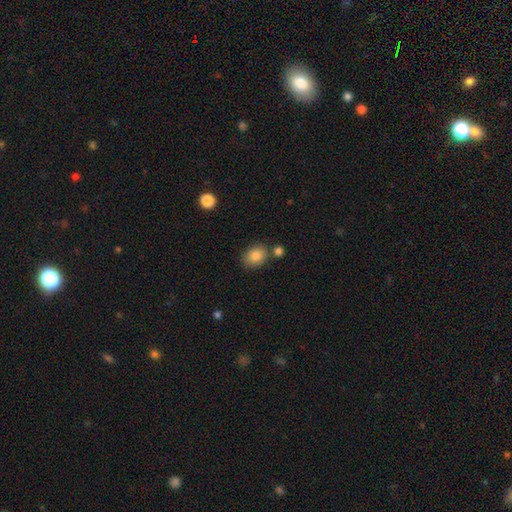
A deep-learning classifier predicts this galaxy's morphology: smooth_or_featured: smooth (p=0.84) [alt: star or artifact p=0.09]
how_rounded: round (p=0.50) [alt: in between p=0.49]
merging: none (p=0.74) [alt: minor disturbance p=0.13]